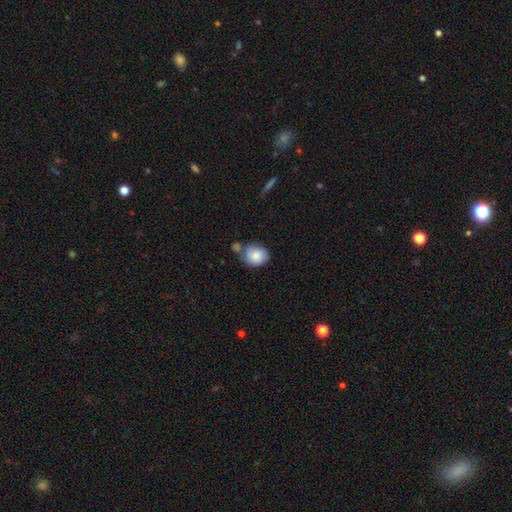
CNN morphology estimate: Q: Smooth or featured?
A: smooth (81%); runner-up: featured or disk (11%)
Q: How rounded?
A: round (67%); runner-up: in between (32%)
Q: Merging?
A: none (49%); runner-up: merger (22%)